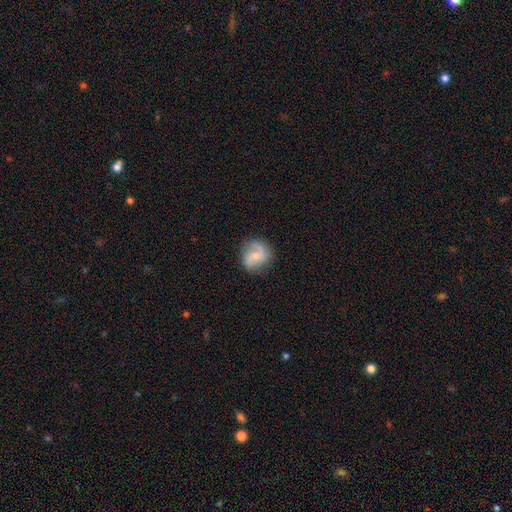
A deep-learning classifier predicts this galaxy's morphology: Smooth or featured?
  - featured or disk: 68% *
  - smooth: 25%
  - star or artifact: 7%
Edge-on disk?
  - no: 98% *
  - yes: 2%
Bar?
  - no: 48% *
  - weak: 43%
  - strong: 9%
Spiral arms?
  - yes: 94% *
  - no: 6%
Spiral winding?
  - medium: 45% *
  - loose: 38%
  - tight: 17%
Spiral arm count?
  - 2: 85% *
  - can't tell: 6%
  - 1: 5%
  - 3: 2%
  - 4: 1%
  - more than 4: 1%
Bulge size?
  - small: 53% *
  - moderate: 37%
  - none: 6%
  - large: 2%
  - dominant: 1%
Merging?
  - none: 78% *
  - minor disturbance: 15%
  - major disturbance: 5%
  - merger: 1%